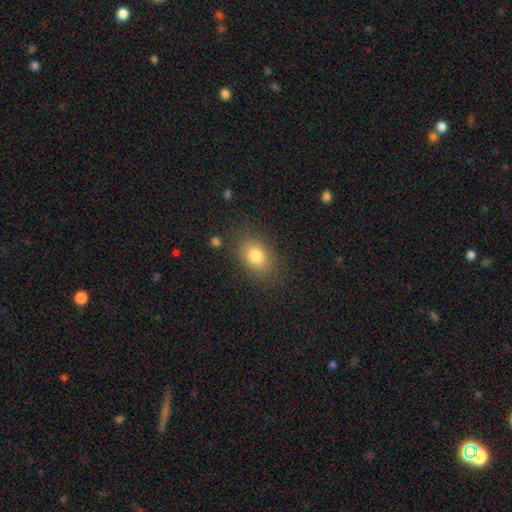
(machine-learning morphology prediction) type=smooth (81%); roundness=in between (75%); merging=none (82%).